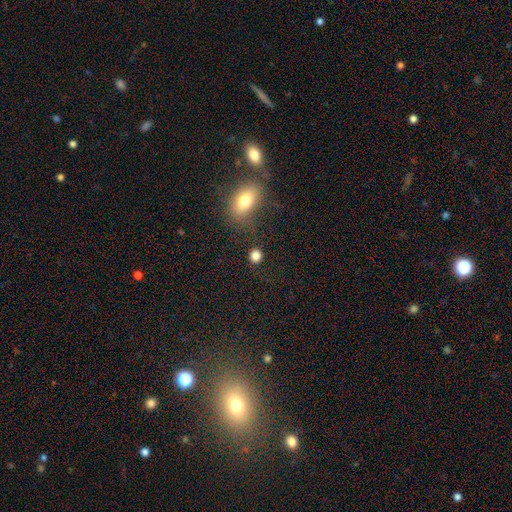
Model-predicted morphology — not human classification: Smooth or featured?
  - smooth: 83% *
  - star or artifact: 12%
  - featured or disk: 5%
How rounded?
  - round: 84% *
  - in between: 15%
  - cigar-shaped: 1%
Merging?
  - none: 84% *
  - minor disturbance: 8%
  - merger: 4%
  - major disturbance: 4%